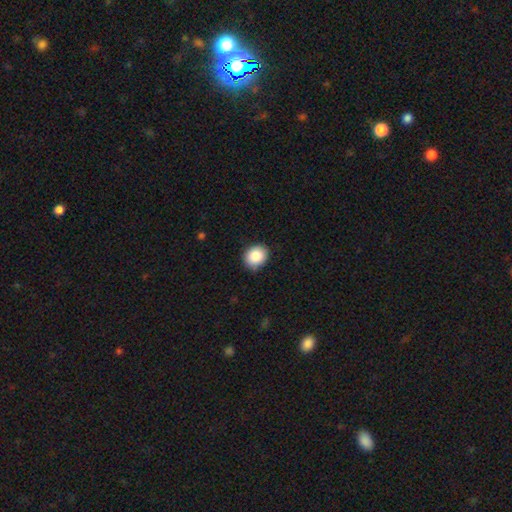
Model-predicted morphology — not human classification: Overall: smooth (87%). How rounded: round (66%; in between 33%). Merging: none (85%).